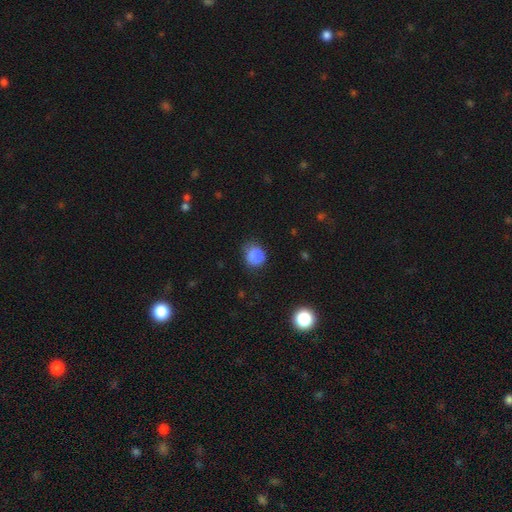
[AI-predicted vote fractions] Morphology: type=smooth (87%); roundness=round (78%); merging=none (70%).